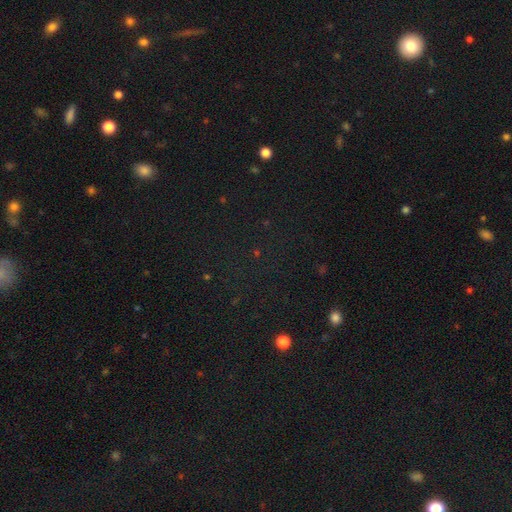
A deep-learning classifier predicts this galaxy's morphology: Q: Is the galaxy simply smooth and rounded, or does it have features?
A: star or artifact — 71%.